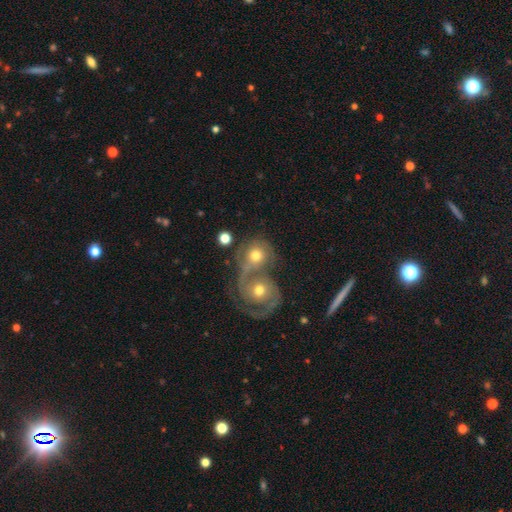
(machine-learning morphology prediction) Q: Smooth or featured?
A: featured or disk (50%); runner-up: smooth (42%)
Q: Merging?
A: merger (64%); runner-up: none (23%)